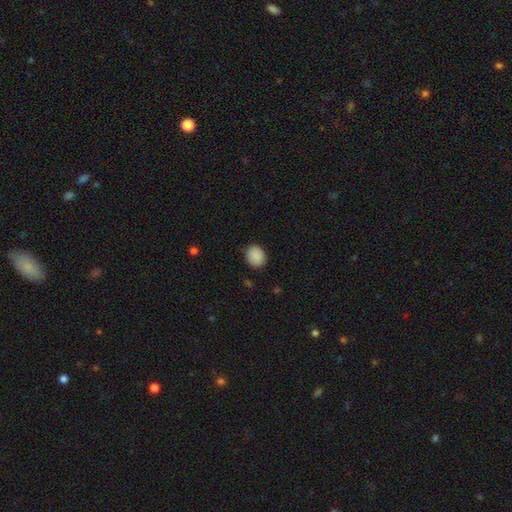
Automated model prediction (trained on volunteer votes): Morphology: type=smooth (89%); roundness=round (69%); merging=none (87%).